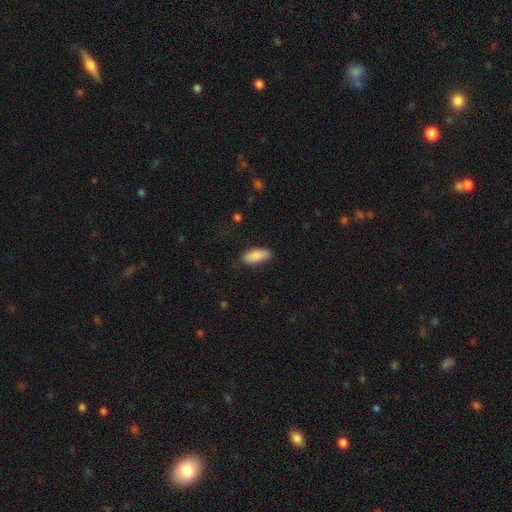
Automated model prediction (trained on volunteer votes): Smooth or featured: smooth — 88% (star or artifact — 6%)
How rounded: in between — 86% (cigar-shaped — 12%)
Merging: none — 82% (minor disturbance — 14%)